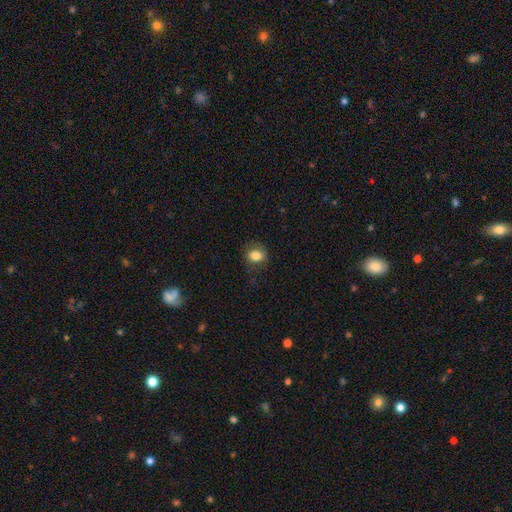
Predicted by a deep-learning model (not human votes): Morphology: type=smooth (82%); roundness=round (50%); merging=none (74%).